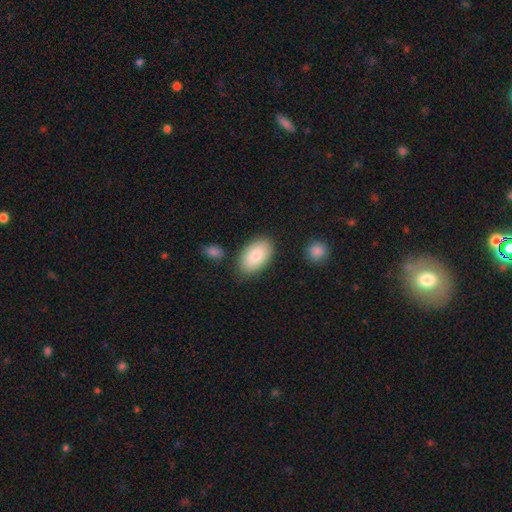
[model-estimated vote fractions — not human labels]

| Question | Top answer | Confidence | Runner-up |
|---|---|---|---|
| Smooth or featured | smooth | 84% | featured or disk (10%) |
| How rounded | in between | 94% | round (4%) |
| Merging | none | 81% | minor disturbance (12%) |